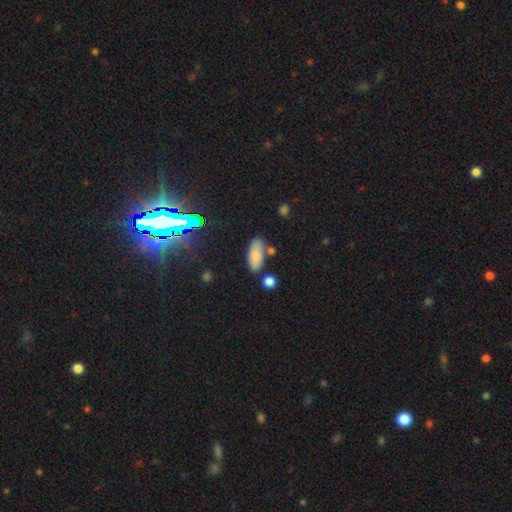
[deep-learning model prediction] smooth_or_featured: smooth (p=0.79) [alt: star or artifact p=0.10]
how_rounded: in between (p=0.85) [alt: cigar-shaped p=0.12]
merging: none (p=0.72) [alt: minor disturbance p=0.15]